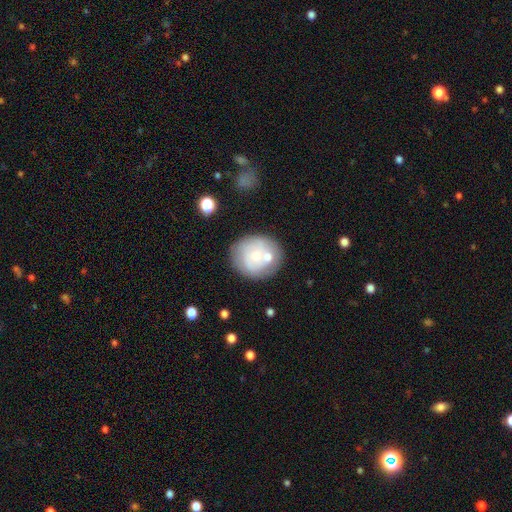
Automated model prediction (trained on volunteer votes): smooth-or-featured: smooth: 57% | featured or disk: 36% | star or artifact: 7%
  how-rounded: round: 83% | in between: 16% | cigar-shaped: 1%
  merging: none: 58% | merger: 19% | minor disturbance: 16% | major disturbance: 6%